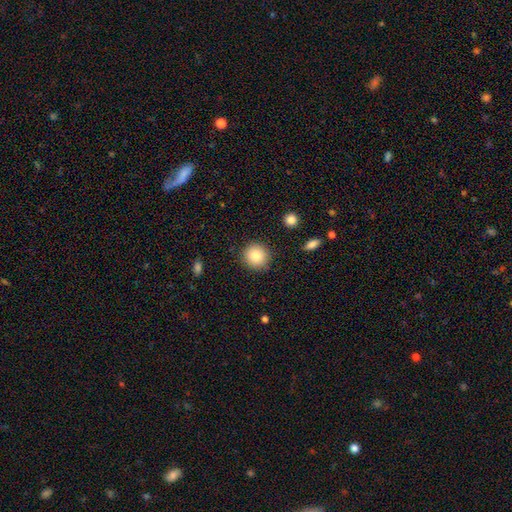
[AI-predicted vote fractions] smooth 83%, star or artifact 9%, featured or disk 8%. Down the decision tree: how rounded — round (94%); merging — none (89%).